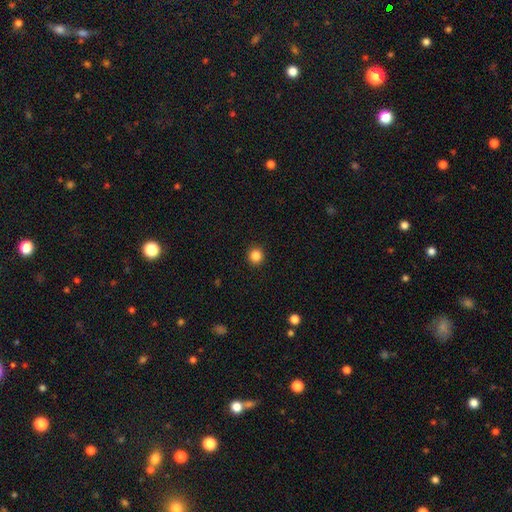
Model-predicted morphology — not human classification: smooth_or_featured: smooth (p=0.85) [alt: star or artifact p=0.11]
how_rounded: round (p=0.93) [alt: in between p=0.06]
merging: none (p=0.93) [alt: minor disturbance p=0.04]